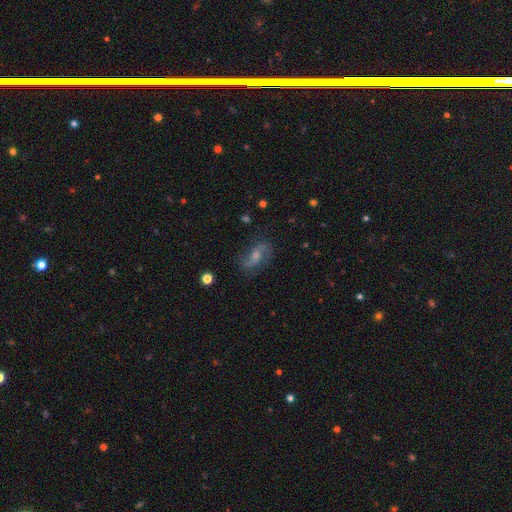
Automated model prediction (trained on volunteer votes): smooth_or_featured: featured or disk (p=0.76) [alt: smooth p=0.15]
disk_edge_on: no (p=0.94) [alt: yes p=0.06]
bar: no (p=0.46) [alt: weak p=0.40]
has_spiral_arms: yes (p=0.93) [alt: no p=0.07]
spiral_winding: loose (p=0.61) [alt: medium p=0.30]
spiral_arm_count: 2 (p=0.90) [alt: can't tell p=0.04]
bulge_size: moderate (p=0.48) [alt: small p=0.39]
merging: none (p=0.75) [alt: minor disturbance p=0.16]